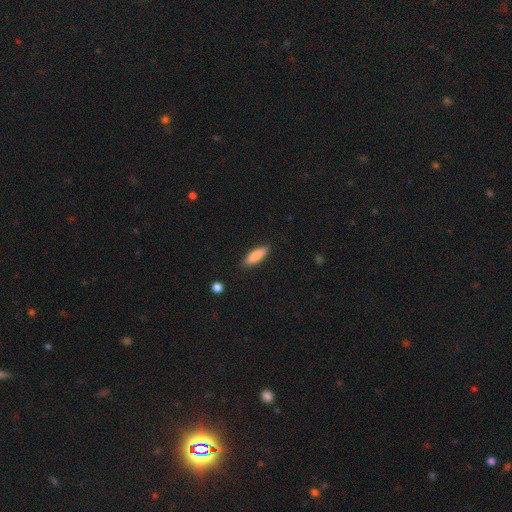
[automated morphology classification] Smooth or featured?
  - smooth: 83% *
  - featured or disk: 12%
  - star or artifact: 6%
How rounded?
  - cigar-shaped: 52% *
  - in between: 47%
  - round: 2%
Merging?
  - none: 87% *
  - minor disturbance: 9%
  - major disturbance: 2%
  - merger: 1%